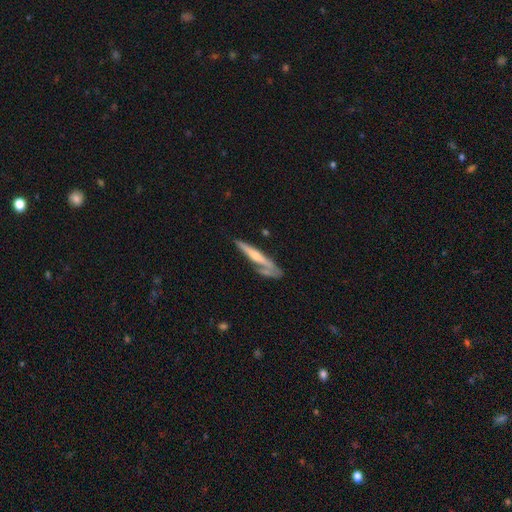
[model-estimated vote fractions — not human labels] The model was most divided on "smooth or featured": featured or disk: 61%, smooth: 32%, star or artifact: 7%. More confident: edge-on disk — yes (83%); edge-on bulge — rounded (61%); merging — none (55%).